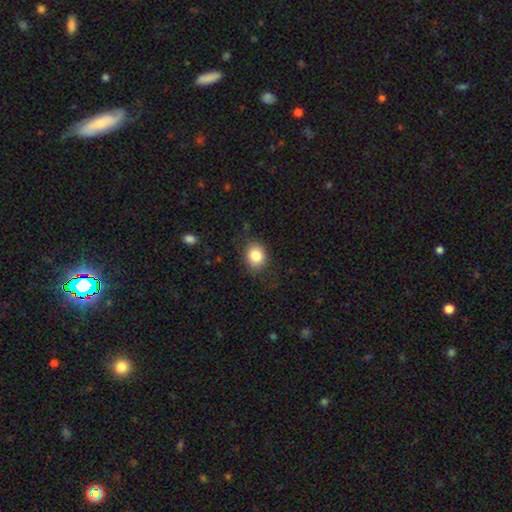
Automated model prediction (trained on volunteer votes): Smooth or featured? smooth (84%)
How rounded? round (58%)
Merging? none (81%)